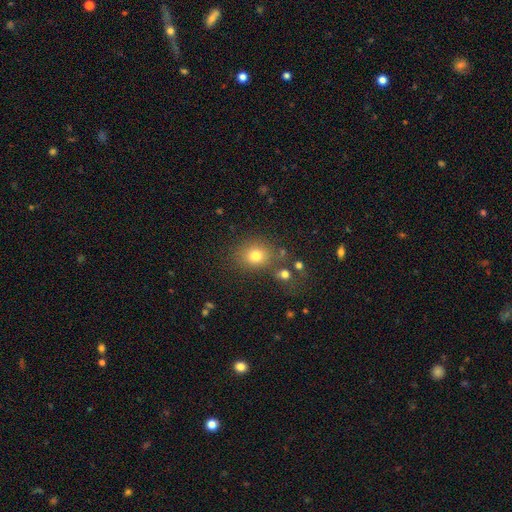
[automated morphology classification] This is likely a smooth galaxy (77%). How rounded: likely round (69%). Merging: likely none (75%).